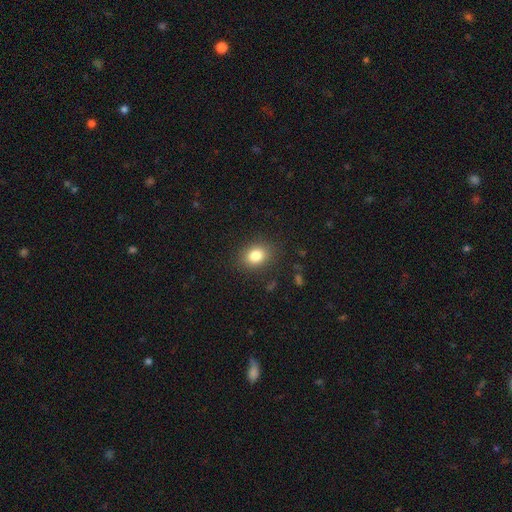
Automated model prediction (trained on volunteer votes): This appears to be a smooth galaxy with no disk features (82%) that is in between round and cigar-shaped (53%). Merging: none (87%).